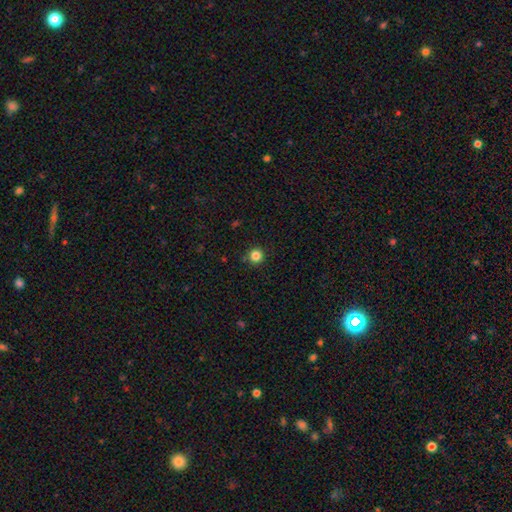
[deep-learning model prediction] This appears to be a smooth galaxy with no disk features (84%) that is round (95%). Merging: none (89%).